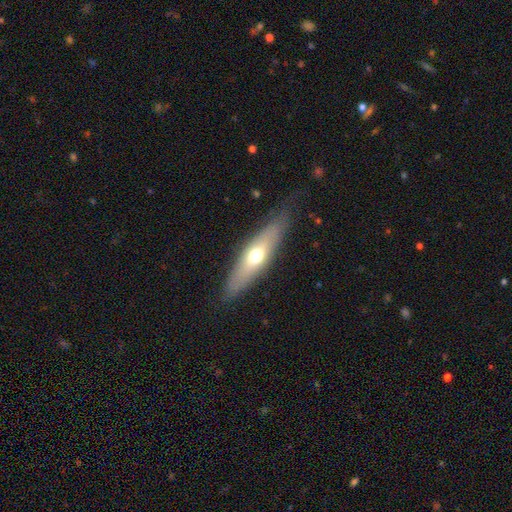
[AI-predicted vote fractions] Smooth or featured?
  - featured or disk: 48% *
  - smooth: 45%
  - star or artifact: 7%
Merging?
  - none: 82% *
  - minor disturbance: 14%
  - major disturbance: 3%
  - merger: 1%